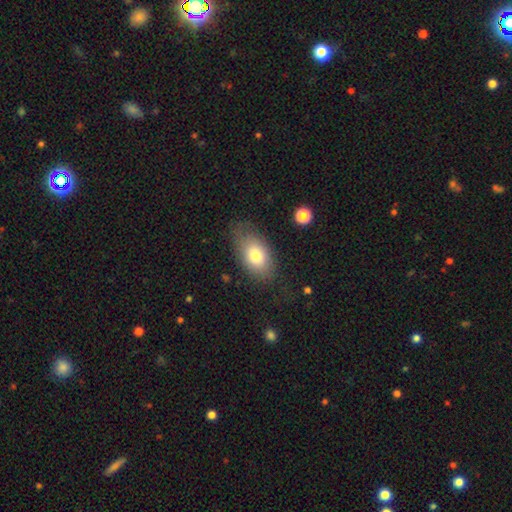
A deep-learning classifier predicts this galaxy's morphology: Overall: smooth (75%). How rounded: in between (89%). Merging: none (73%).